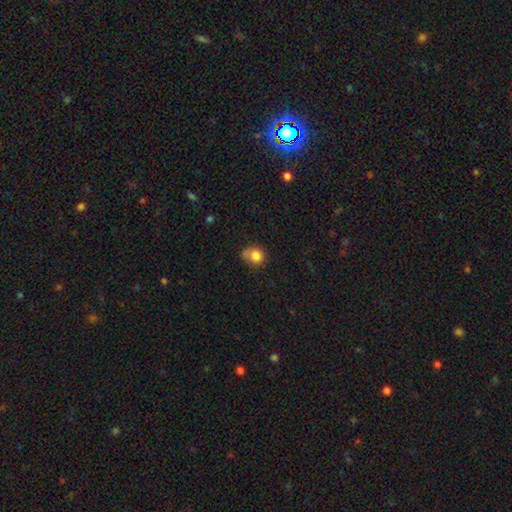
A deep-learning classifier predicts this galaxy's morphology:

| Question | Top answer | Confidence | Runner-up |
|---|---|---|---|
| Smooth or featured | smooth | 81% | star or artifact (10%) |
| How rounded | round | 79% | in between (20%) |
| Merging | none | 45% | minor disturbance (26%) |